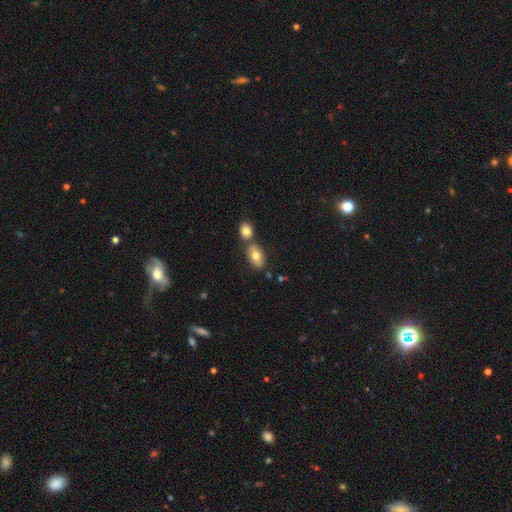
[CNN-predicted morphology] A smooth galaxy with no disk features (76%) that is in between round and cigar-shaped (89%). Merging: none (56%).